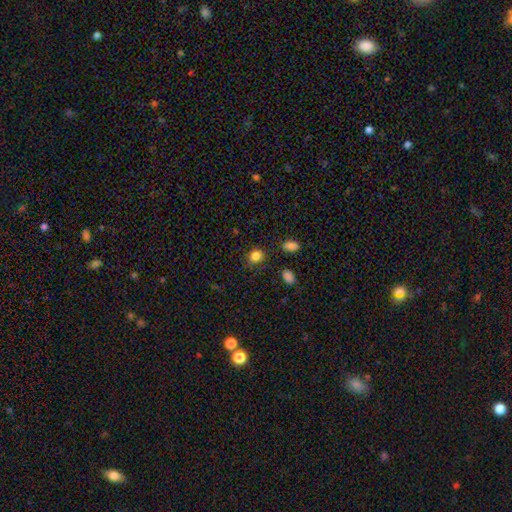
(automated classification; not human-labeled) Smooth or featured?
  - smooth: 84% *
  - star or artifact: 11%
  - featured or disk: 5%
How rounded?
  - round: 62% *
  - in between: 37%
  - cigar-shaped: 1%
Merging?
  - none: 80% *
  - minor disturbance: 13%
  - major disturbance: 4%
  - merger: 3%